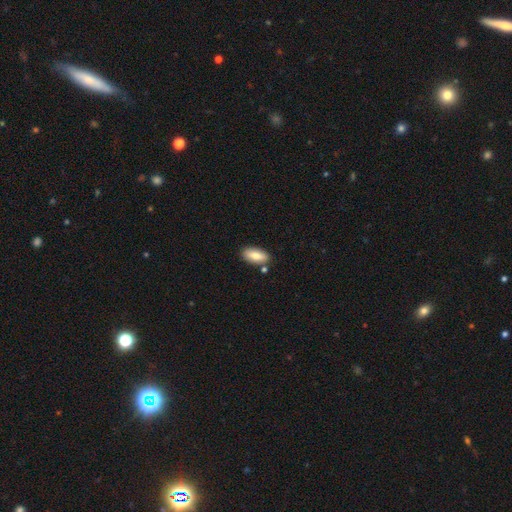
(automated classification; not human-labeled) Smooth or featured?
  - smooth: 82% *
  - featured or disk: 12%
  - star or artifact: 7%
How rounded?
  - in between: 87% *
  - cigar-shaped: 10%
  - round: 2%
Merging?
  - none: 81% *
  - minor disturbance: 11%
  - merger: 5%
  - major disturbance: 2%